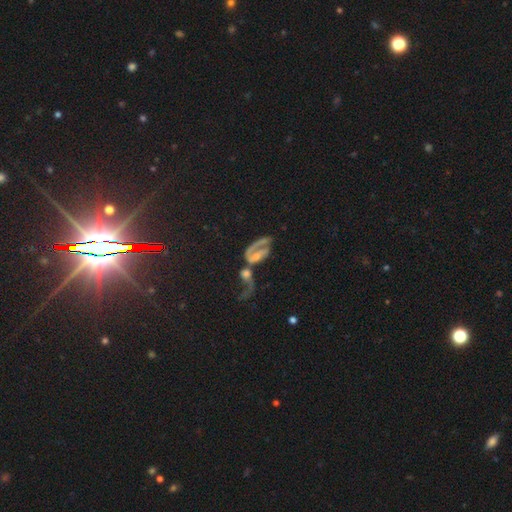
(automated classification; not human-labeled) Q: Smooth or featured?
A: featured or disk (63%); runner-up: star or artifact (20%)
Q: Edge-on disk?
A: no (92%); runner-up: yes (8%)
Q: Bar?
A: no (52%); runner-up: weak (32%)
Q: Spiral arms?
A: yes (71%); runner-up: no (29%)
Q: Bulge size?
A: small (44%); runner-up: moderate (32%)
Q: Merging?
A: merger (51%); runner-up: major disturbance (20%)